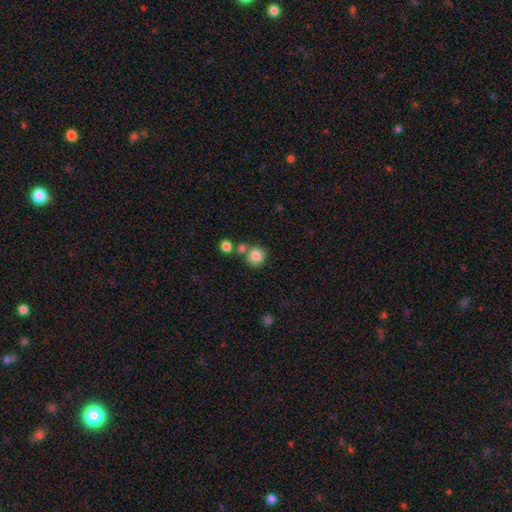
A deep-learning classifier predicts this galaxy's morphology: Smooth or featured?
  - smooth: 82% *
  - star or artifact: 9%
  - featured or disk: 8%
How rounded?
  - round: 88% *
  - in between: 11%
  - cigar-shaped: 1%
Merging?
  - none: 65% *
  - merger: 19%
  - minor disturbance: 12%
  - major disturbance: 4%